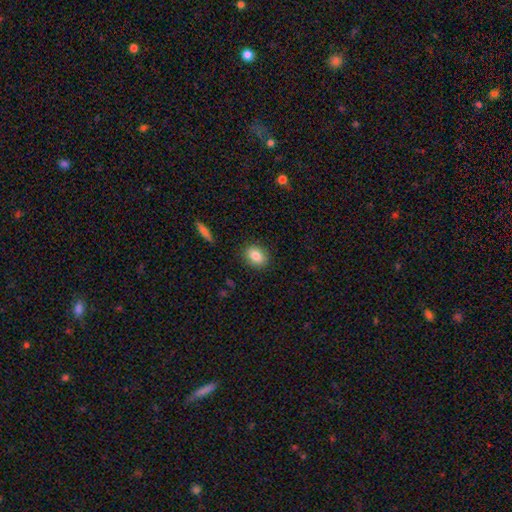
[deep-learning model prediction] A smooth galaxy with no disk features (84%) that is in between round and cigar-shaped (61%). Merging: none (87%).